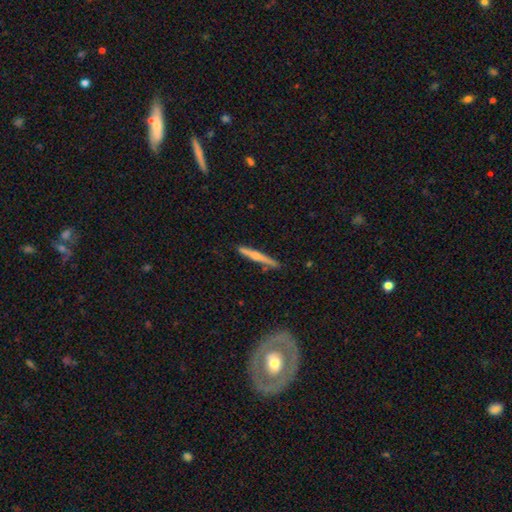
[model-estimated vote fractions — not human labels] smooth_or_featured: featured or disk (p=0.51) [alt: smooth p=0.43]
disk_edge_on: yes (p=0.97) [alt: no p=0.03]
merging: none (p=0.84) [alt: minor disturbance p=0.11]